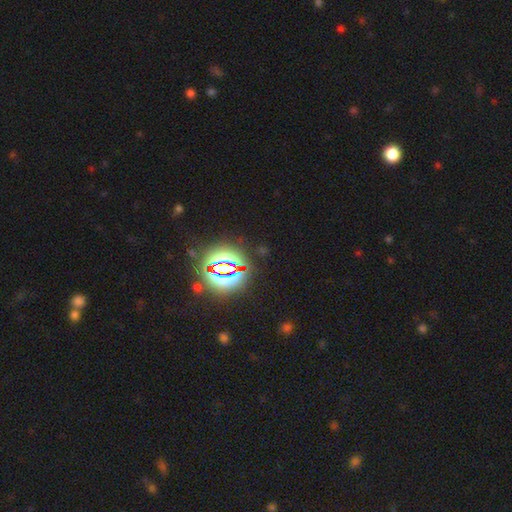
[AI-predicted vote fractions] Overall: star or artifact (81%).